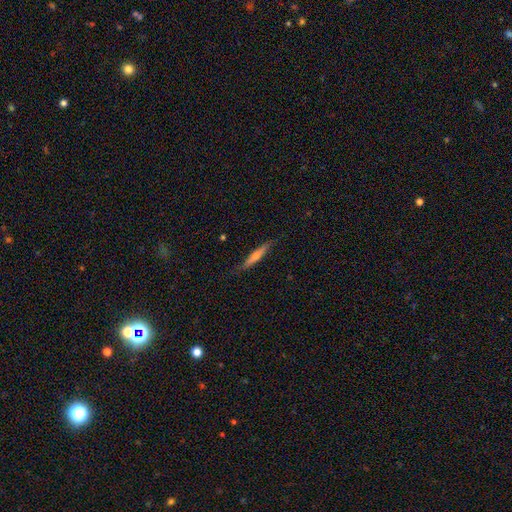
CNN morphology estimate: smooth-or-featured: featured or disk: 56% | smooth: 37% | star or artifact: 6%
  disk-edge-on: yes: 94% | no: 6%
    edge-on-bulge: rounded: 80% | none: 15% | boxy: 5%
  merging: none: 83% | minor disturbance: 14% | major disturbance: 2% | merger: 1%